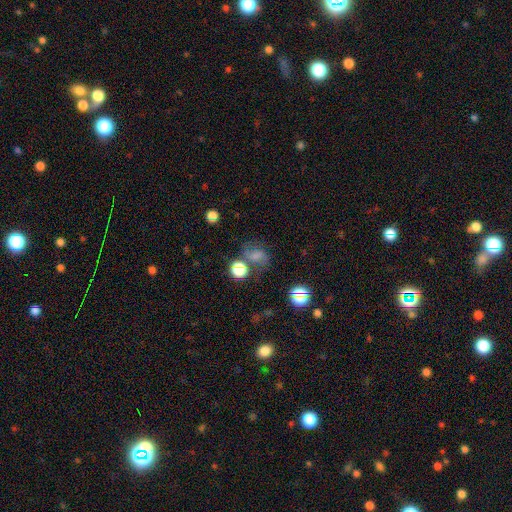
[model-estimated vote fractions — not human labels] Smooth or featured: smooth — 50% (featured or disk — 26%)
Merging: none — 52% (minor disturbance — 20%)